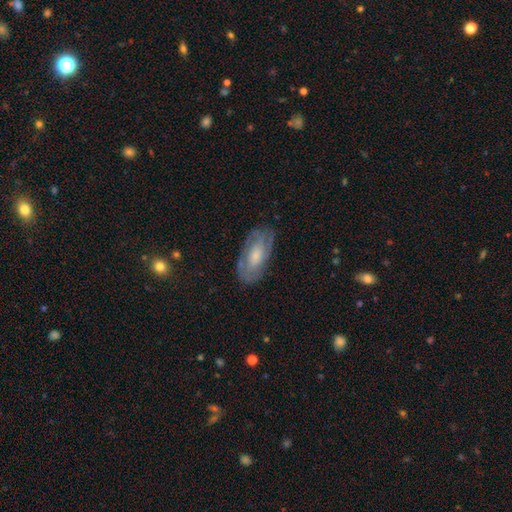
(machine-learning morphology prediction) featured or disk 60%, smooth 34%, star or artifact 7%. Down the decision tree: edge-on disk — no (91%); bar — no (63%); spiral arms — yes (75%); bulge size — moderate (45%); merging — none (75%).